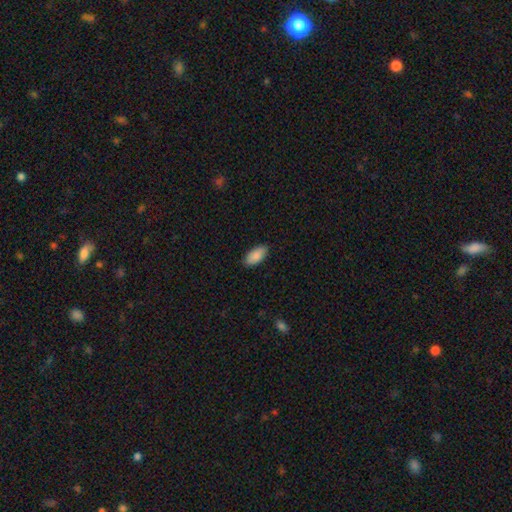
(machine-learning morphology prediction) Overall: smooth (89%). How rounded: in between (93%). Merging: none (88%).